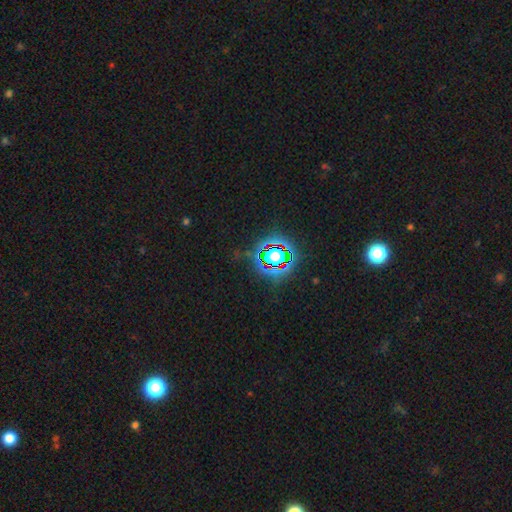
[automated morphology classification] A star or artifact, not a galaxy (80%).

Vote fractions:
- Smooth or featured? star or artifact: 80% / smooth: 12% / featured or disk: 8%